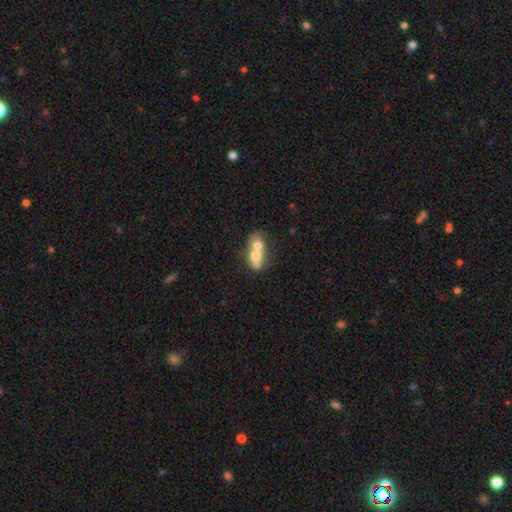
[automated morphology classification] smooth_or_featured: smooth (p=0.61) [alt: featured or disk p=0.31]
how_rounded: in between (p=0.64) [alt: round p=0.30]
merging: merger (p=0.76) [alt: none p=0.14]